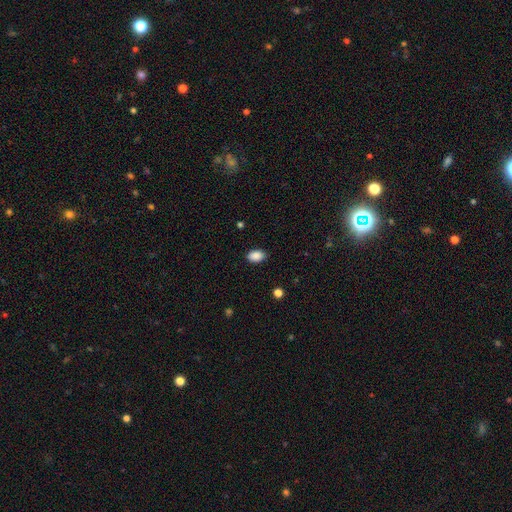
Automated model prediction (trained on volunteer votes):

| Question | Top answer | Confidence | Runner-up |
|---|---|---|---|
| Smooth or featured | smooth | 89% | star or artifact (8%) |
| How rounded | in between | 89% | round (10%) |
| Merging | none | 87% | minor disturbance (9%) |